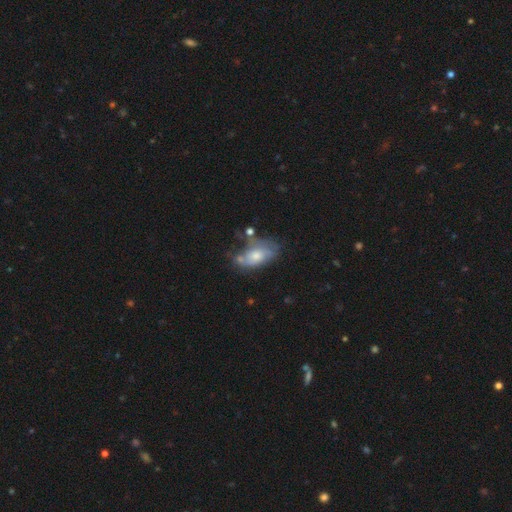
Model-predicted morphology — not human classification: type=smooth (47%); merging=none (41%).